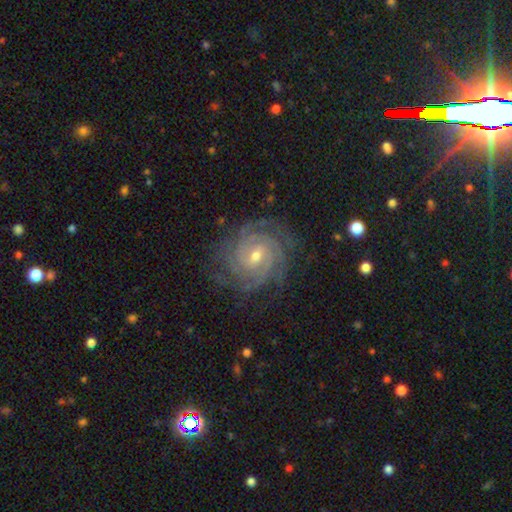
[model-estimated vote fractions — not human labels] featured or disk 91%, star or artifact 5%, smooth 4%. Down the decision tree: edge-on disk — no (98%); bar — weak (50%); spiral arms — yes (98%); spiral arm count — 4 (27%); spiral winding — tight (79%); bulge size — small (54%); merging — none (80%).